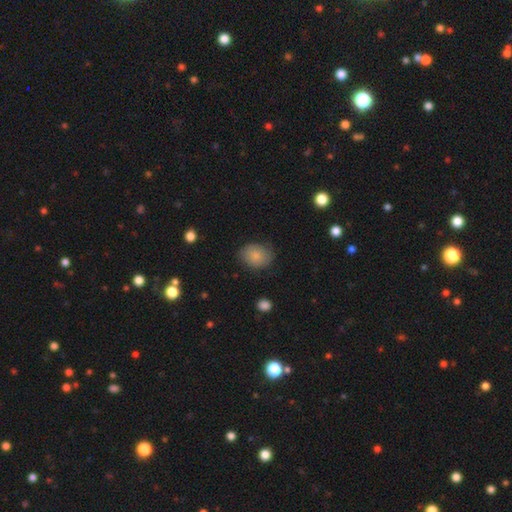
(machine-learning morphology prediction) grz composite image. It shows a smooth galaxy with no disk features (81%) that is in between round and cigar-shaped (58%). Merging: none (75%).